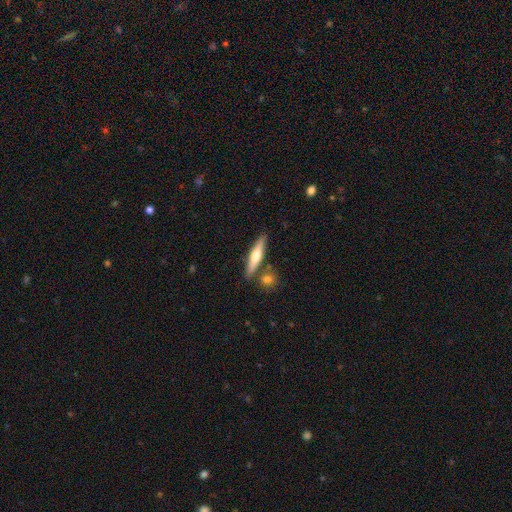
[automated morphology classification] Q: Smooth or featured?
A: smooth (49%); runner-up: featured or disk (46%)
Q: Merging?
A: none (77%); runner-up: merger (11%)